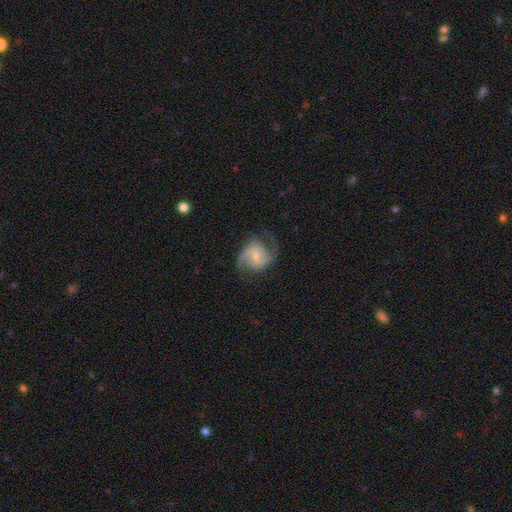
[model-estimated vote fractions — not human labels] A featured or disk galaxy (79%) with no bar (51%), 2 (84%) medium (48%) spiral arms (95%) and a small central bulge (54%).

Vote fractions:
- Smooth or featured? featured or disk: 79% / smooth: 15% / star or artifact: 6%
- Edge-on disk? no: 97% / yes: 3%
- Bar? no: 51% / weak: 39% / strong: 10%
- Spiral arms? yes: 95% / no: 5%
- Spiral winding? medium: 48% / loose: 37% / tight: 15%
- Spiral arm count? 2: 84% / can't tell: 6% / 3: 4% / 1: 3% / 4: 1% / more than 4: 1%
- Bulge size? small: 54% / moderate: 39% / none: 3% / large: 3% / dominant: 1%
- Merging? none: 67% / minor disturbance: 19% / major disturbance: 12% / merger: 1%